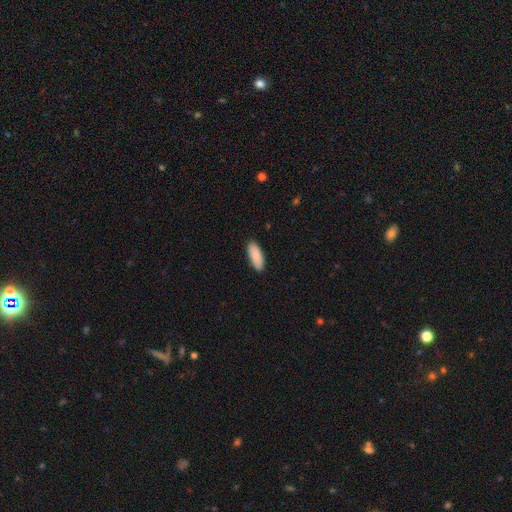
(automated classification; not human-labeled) This appears to be a smooth galaxy with no disk features (88%) that is in between round and cigar-shaped (75%). Merging: none (89%).